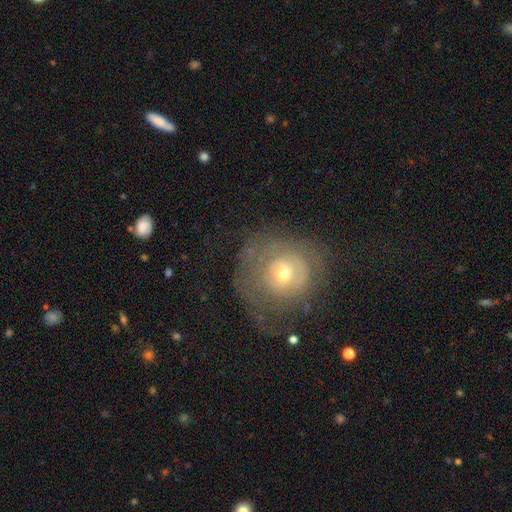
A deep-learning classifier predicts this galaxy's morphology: Smooth or featured? Predicted: featured or disk (p=0.60). Edge-on disk? Predicted: no (p=0.95). Bar? Predicted: no (p=0.75). Spiral arms? Predicted: yes (p=0.60). Bulge size? Predicted: moderate (p=0.49). Merging? Predicted: none (p=0.59).